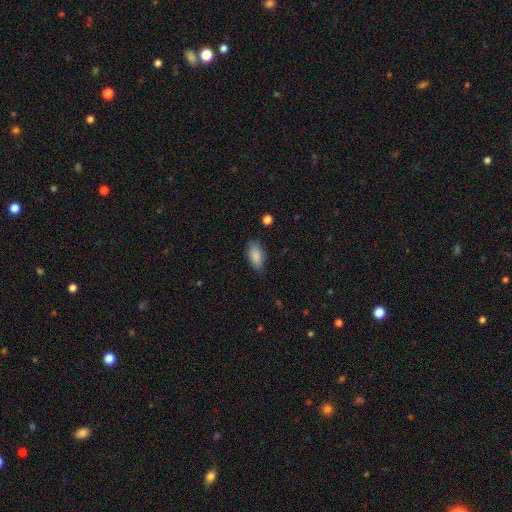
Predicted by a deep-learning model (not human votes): A smooth galaxy with no disk features (88%) that is in between round and cigar-shaped (90%).

Vote fractions:
- Smooth or featured? smooth: 88% / star or artifact: 7% / featured or disk: 6%
- How rounded? in between: 90% / cigar-shaped: 8% / round: 3%
- Merging? none: 80% / minor disturbance: 16% / major disturbance: 3% / merger: 1%